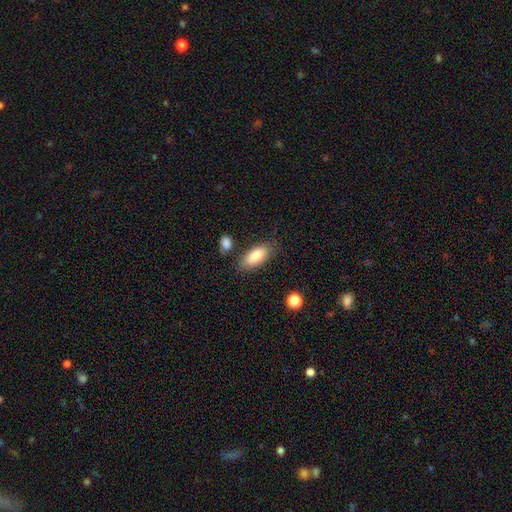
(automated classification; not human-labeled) smooth_or_featured: smooth (p=0.83) [alt: featured or disk p=0.10]
how_rounded: in between (p=0.83) [alt: cigar-shaped p=0.14]
merging: none (p=0.78) [alt: minor disturbance p=0.14]